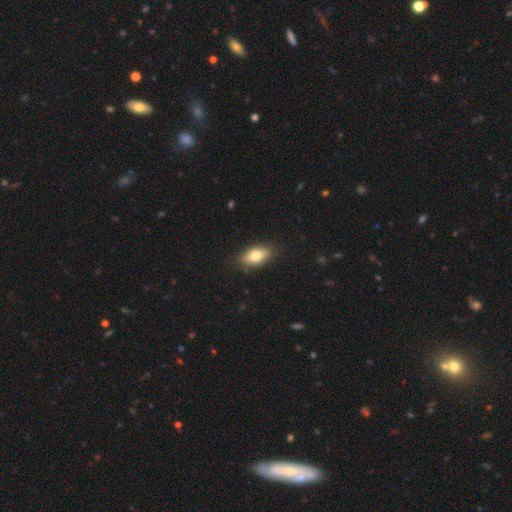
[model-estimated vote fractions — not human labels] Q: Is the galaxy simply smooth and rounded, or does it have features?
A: smooth — 78%.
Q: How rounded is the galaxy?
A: in between — 88%.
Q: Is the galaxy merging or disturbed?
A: none — 84%.